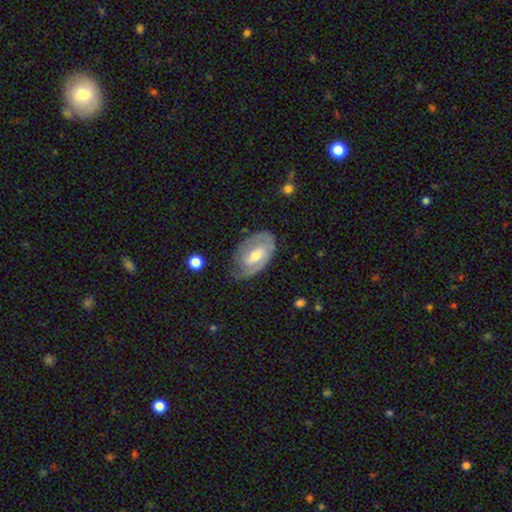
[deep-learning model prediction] featured or disk 74%, smooth 21%, star or artifact 5%. Down the decision tree: edge-on disk — no (95%); bar — weak (51%); spiral arms — yes (87%); spiral arm count — 2 (60%); spiral winding — tight (49%); bulge size — moderate (61%); merging — none (65%).